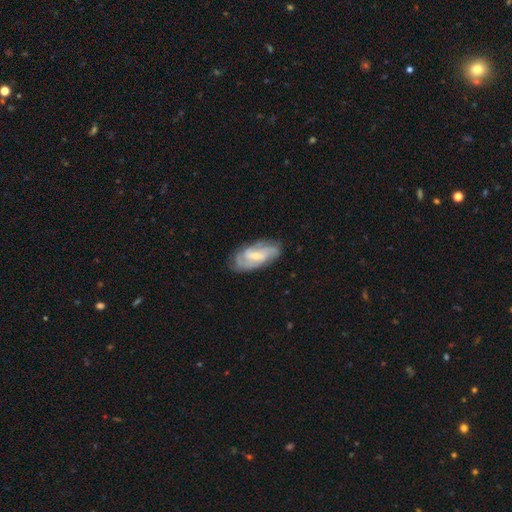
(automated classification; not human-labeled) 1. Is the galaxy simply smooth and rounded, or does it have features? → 74% featured or disk, 20% smooth, 6% star or artifact.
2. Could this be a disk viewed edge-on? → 94% no, 6% yes.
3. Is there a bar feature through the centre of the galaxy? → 45% weak, 39% no, 16% strong.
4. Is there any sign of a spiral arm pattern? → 92% yes, 8% no.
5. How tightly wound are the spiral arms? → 45% tight, 40% medium, 15% loose.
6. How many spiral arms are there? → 30% can't tell, 29% 2, 23% 3, 10% 4, 4% 1, 4% more than 4.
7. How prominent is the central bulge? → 58% small, 35% moderate, 4% none, 2% large, 1% dominant.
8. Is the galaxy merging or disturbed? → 72% none, 20% minor disturbance, 6% major disturbance, 1% merger.